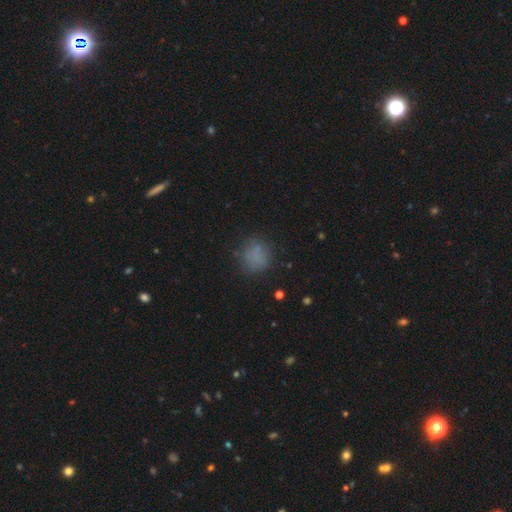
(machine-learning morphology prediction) smooth-or-featured: smooth: 74% | star or artifact: 15% | featured or disk: 11%
  how-rounded: round: 83% | in between: 16% | cigar-shaped: 1%
  merging: none: 74% | minor disturbance: 16% | major disturbance: 7% | merger: 3%